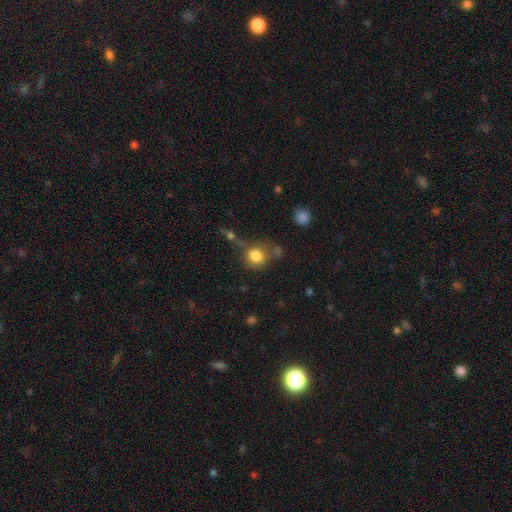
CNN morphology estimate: Smooth or featured? smooth (82%)
How rounded? round (81%)
Merging? none (56%)